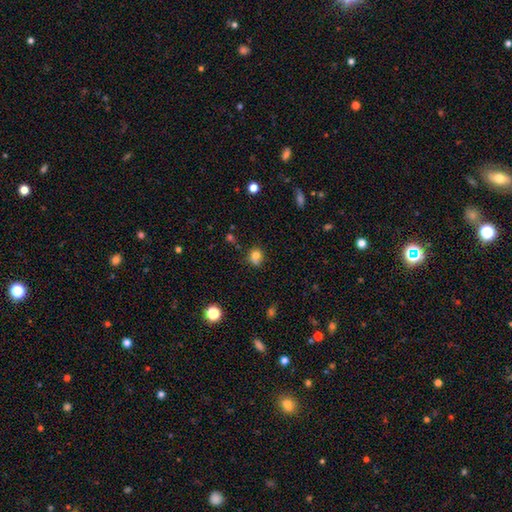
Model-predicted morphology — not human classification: smooth-or-featured: smooth: 78% | star or artifact: 13% | featured or disk: 10%
  how-rounded: round: 72% | in between: 27% | cigar-shaped: 1%
  merging: none: 56% | minor disturbance: 24% | merger: 12% | major disturbance: 7%